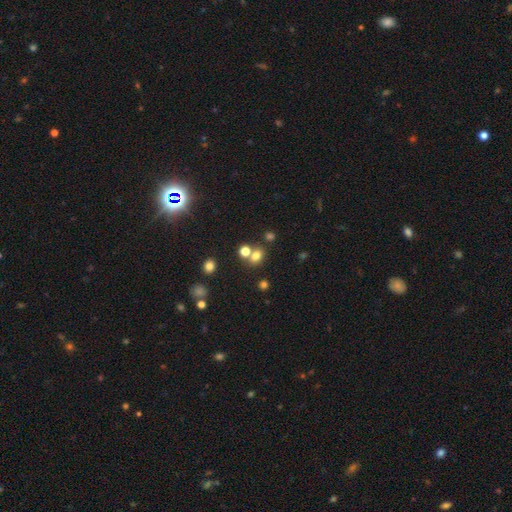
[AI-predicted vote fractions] This appears to be a smooth galaxy with no disk features (72%) that is round (61%). Merging: none (58%).